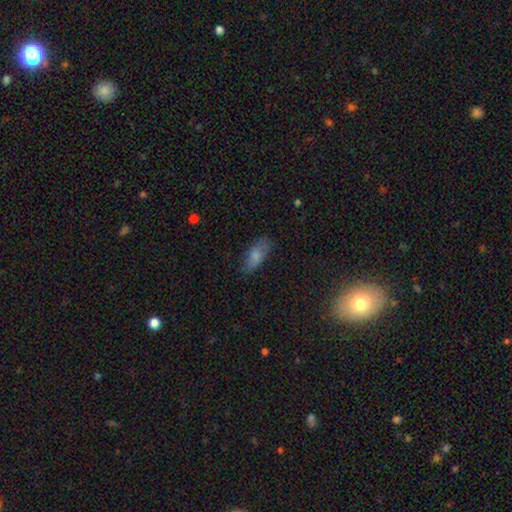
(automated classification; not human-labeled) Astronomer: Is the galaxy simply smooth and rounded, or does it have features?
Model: smooth — 78%.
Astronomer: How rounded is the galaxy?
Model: in between — 84%.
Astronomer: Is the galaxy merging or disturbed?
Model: none — 74%.